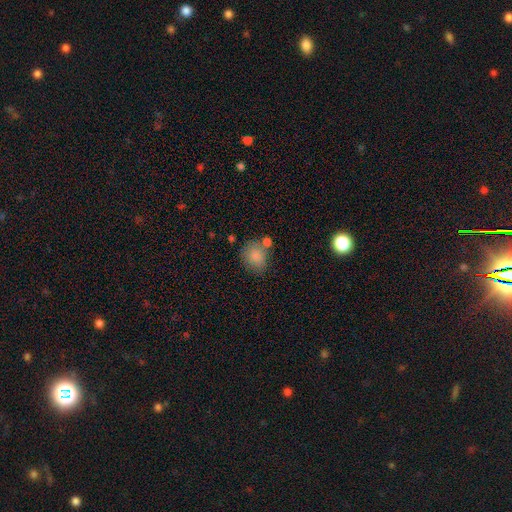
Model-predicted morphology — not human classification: smooth-or-featured: smooth: 83% | star or artifact: 9% | featured or disk: 8%
  how-rounded: round: 66% | in between: 33% | cigar-shaped: 1%
  merging: none: 57% | minor disturbance: 19% | merger: 18% | major disturbance: 7%